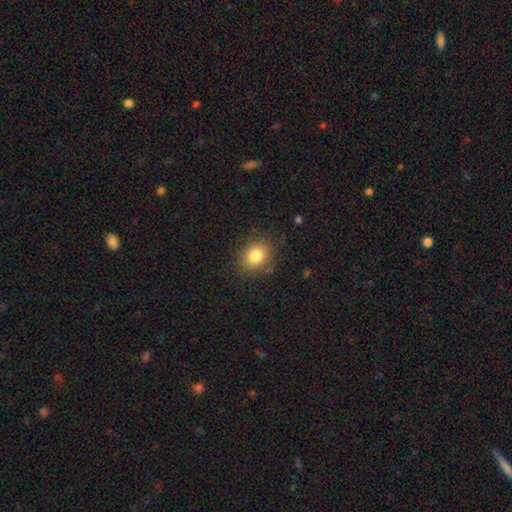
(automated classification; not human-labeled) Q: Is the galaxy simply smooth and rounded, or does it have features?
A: smooth — 82%.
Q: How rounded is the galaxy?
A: round — 60%.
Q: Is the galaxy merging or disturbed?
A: none — 83%.